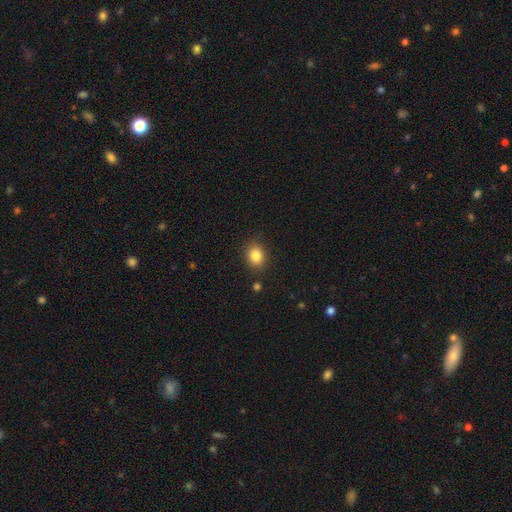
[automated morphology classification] Q: Smooth or featured?
A: smooth (84%); runner-up: star or artifact (10%)
Q: How rounded?
A: round (64%); runner-up: in between (35%)
Q: Merging?
A: none (85%); runner-up: minor disturbance (10%)